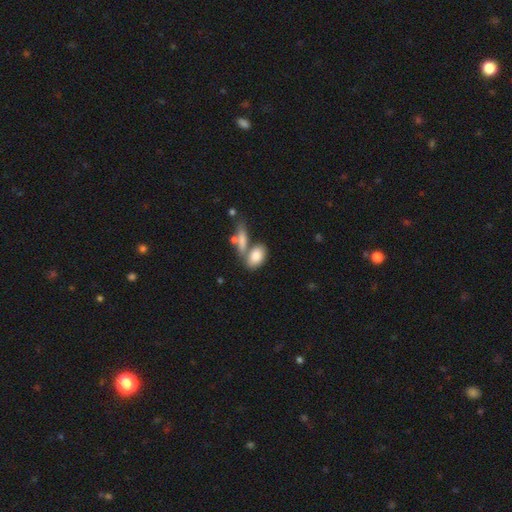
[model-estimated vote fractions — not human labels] Q: Smooth or featured?
A: smooth (82%); runner-up: featured or disk (11%)
Q: How rounded?
A: in between (86%); runner-up: round (9%)
Q: Merging?
A: none (48%); runner-up: merger (34%)